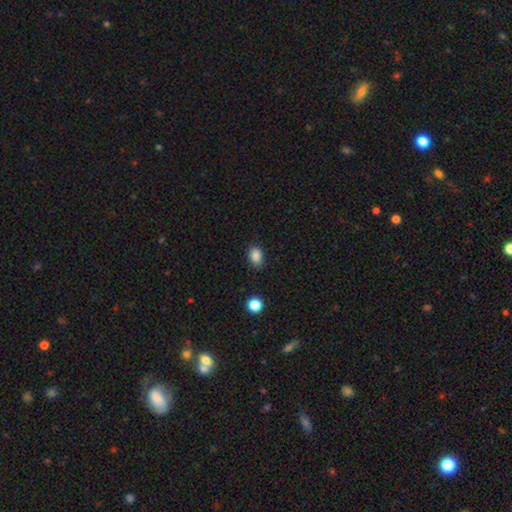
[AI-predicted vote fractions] smooth 86%, star or artifact 10%, featured or disk 4%. Down the decision tree: how rounded — in between (77%); merging — none (83%).